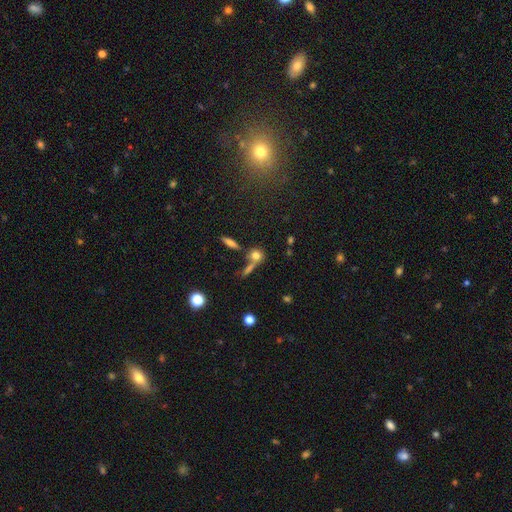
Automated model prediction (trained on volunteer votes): Smooth or featured? Predicted: smooth (p=0.70). How rounded? Predicted: round (p=0.75). Merging? Predicted: none (p=0.58).